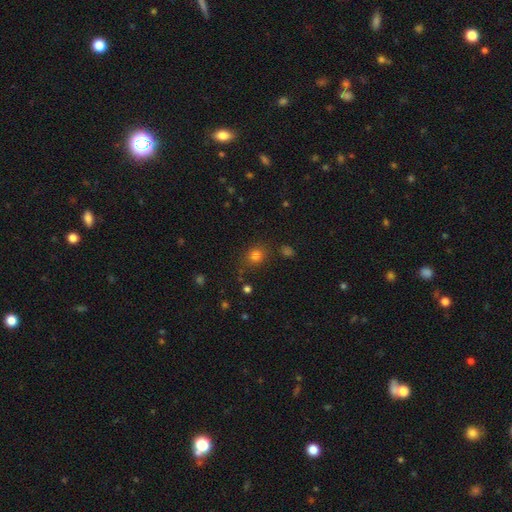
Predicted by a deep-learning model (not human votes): Smooth or featured? smooth (78%)
How rounded? round (68%)
Merging? none (78%)